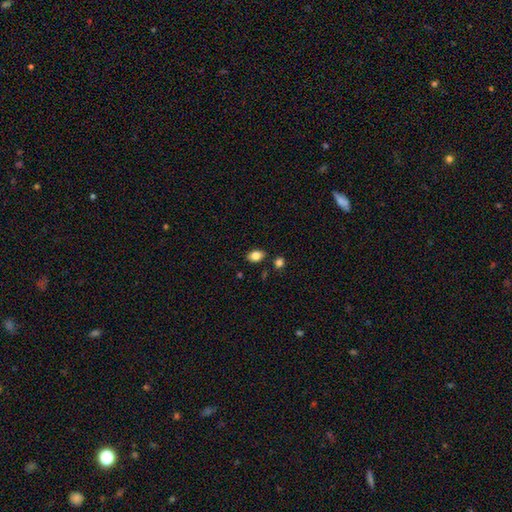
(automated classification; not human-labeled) smooth 84%, star or artifact 9%, featured or disk 8%. Down the decision tree: how rounded — in between (85%); merging — none (84%).